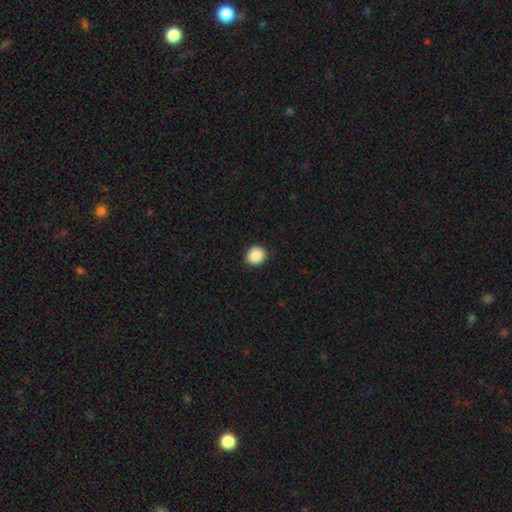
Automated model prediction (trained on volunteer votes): Overall: smooth (88%). How rounded: round (78%). Merging: none (89%).